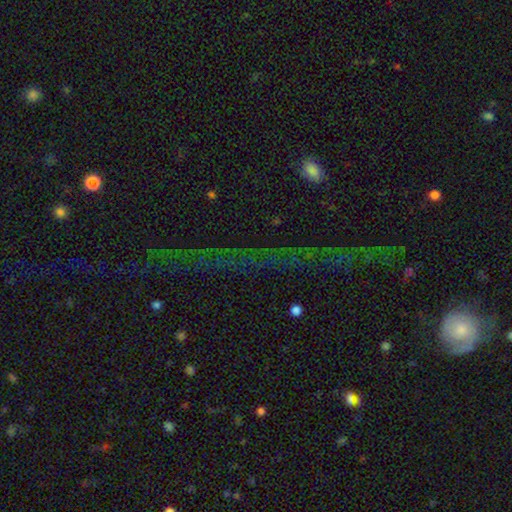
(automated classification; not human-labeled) The model was most divided on "smooth or featured": star or artifact: 71%, featured or disk: 16%, smooth: 13%.